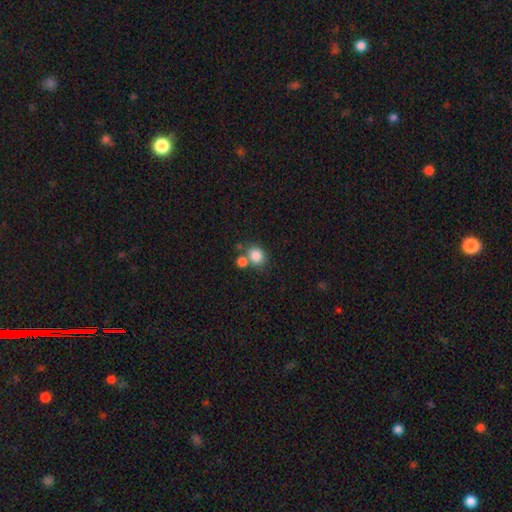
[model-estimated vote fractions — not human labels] smooth_or_featured: smooth (p=0.84) [alt: star or artifact p=0.10]
how_rounded: round (p=0.71) [alt: in between p=0.28]
merging: none (p=0.54) [alt: merger p=0.32]